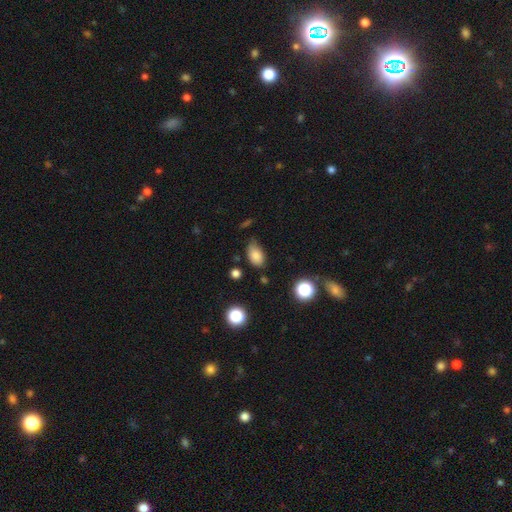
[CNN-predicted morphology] Q: Smooth or featured?
A: smooth (83%); runner-up: star or artifact (11%)
Q: How rounded?
A: in between (89%); runner-up: round (9%)
Q: Merging?
A: none (60%); runner-up: minor disturbance (31%)